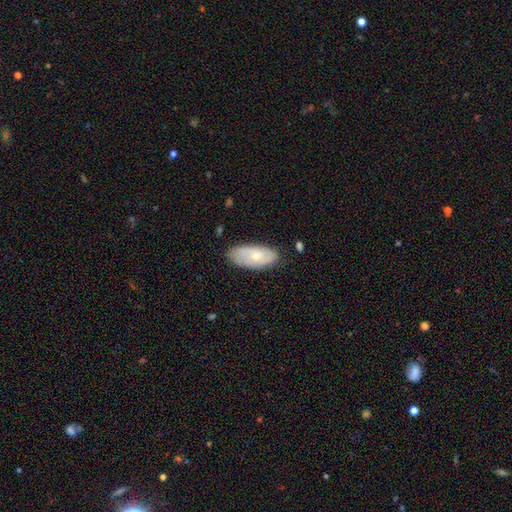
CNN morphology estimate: A smooth galaxy with no disk features (55%) that is in between round and cigar-shaped (88%). Merging: none (77%).